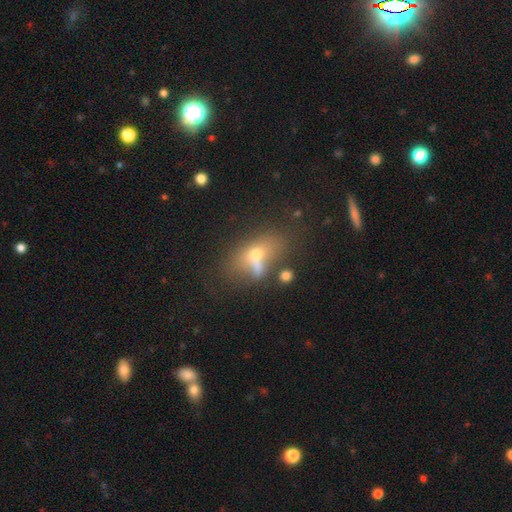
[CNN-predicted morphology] Smooth or featured?
  - smooth: 49% *
  - featured or disk: 35%
  - star or artifact: 16%
Merging?
  - none: 34% *
  - major disturbance: 23%
  - merger: 23%
  - minor disturbance: 20%